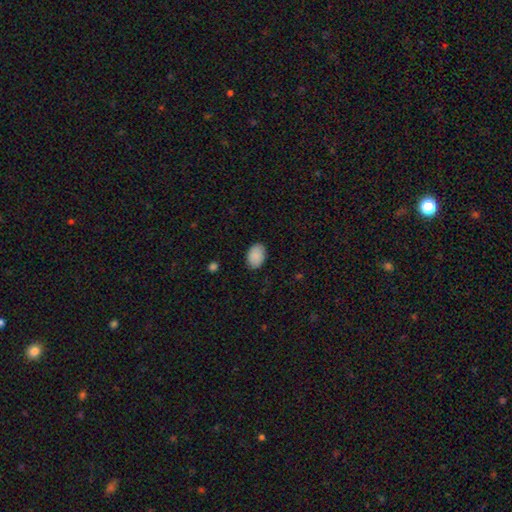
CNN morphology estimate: A smooth galaxy with no disk features (90%) that is in between round and cigar-shaped (85%). Merging: none (87%).